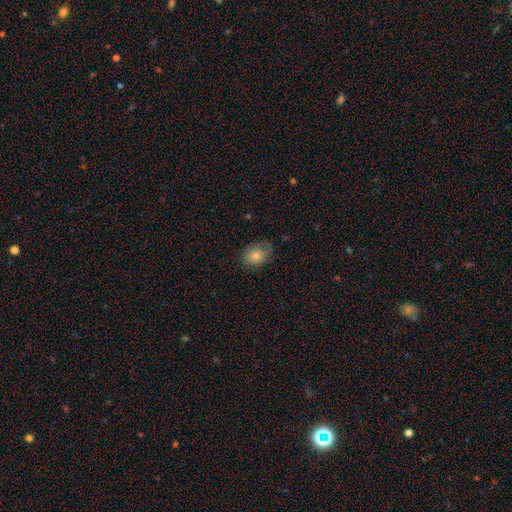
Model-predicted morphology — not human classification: A smooth galaxy with no disk features (72%) that is in between round and cigar-shaped (65%). Merging: none (67%).